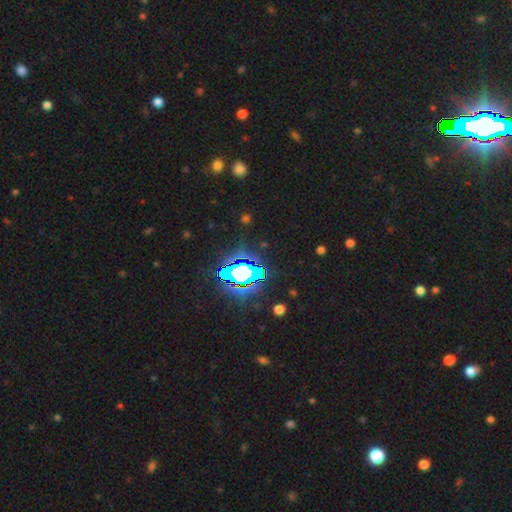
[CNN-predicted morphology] Smooth or featured? Predicted: star or artifact (p=0.83).